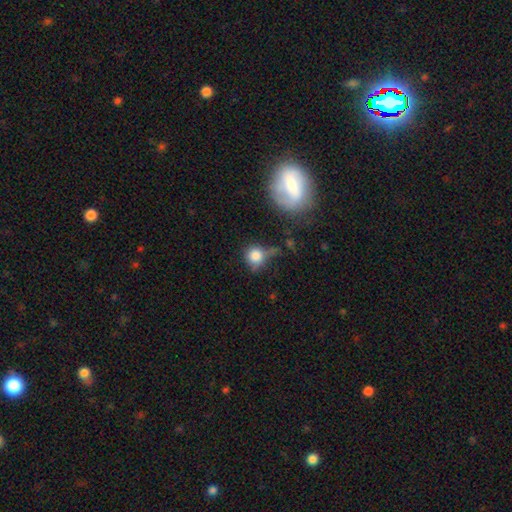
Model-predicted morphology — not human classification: Smooth or featured: smooth — 77% (featured or disk — 12%)
How rounded: round — 82% (in between — 16%)
Merging: none — 45% (minor disturbance — 25%)